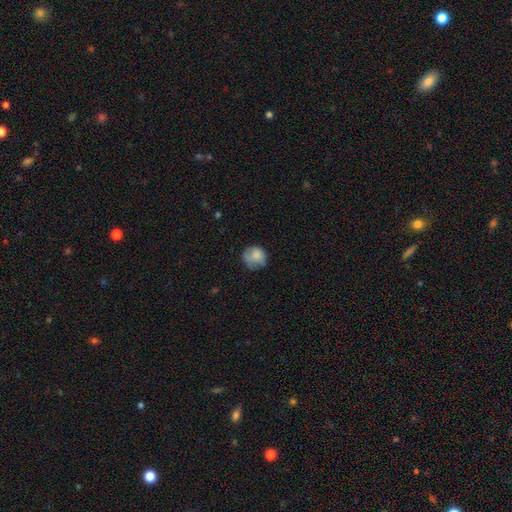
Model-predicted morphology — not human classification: This appears to be a smooth galaxy with no disk features (78%) that is round (78%). Merging: none (59%).